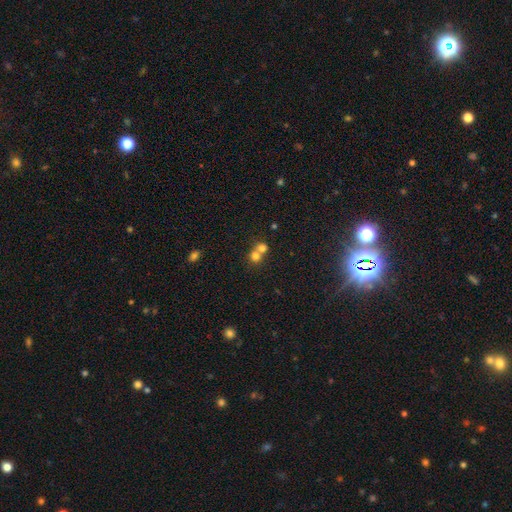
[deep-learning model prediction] Smooth or featured?
  - smooth: 75% *
  - star or artifact: 13%
  - featured or disk: 12%
How rounded?
  - round: 83% *
  - in between: 16%
  - cigar-shaped: 1%
Merging?
  - merger: 60% *
  - none: 34%
  - minor disturbance: 4%
  - major disturbance: 2%